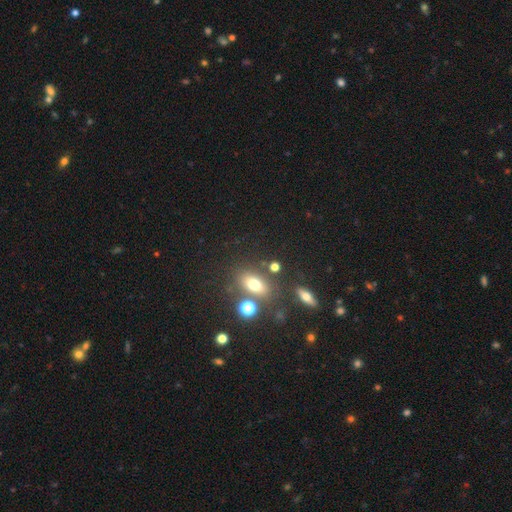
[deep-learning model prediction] A star or artifact, not a galaxy (66%).

Vote fractions:
- Smooth or featured? star or artifact: 66% / smooth: 23% / featured or disk: 11%